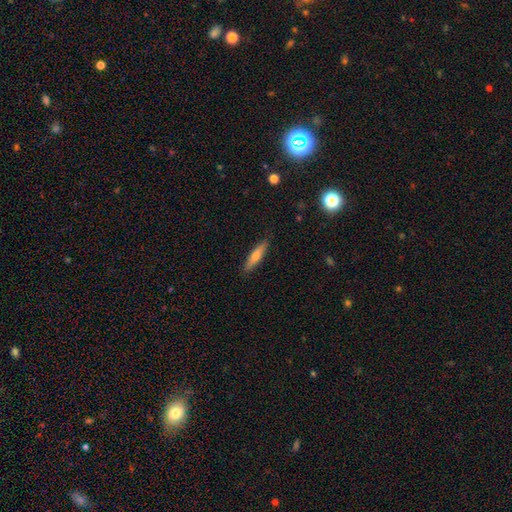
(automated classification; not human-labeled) A smooth galaxy with no disk features (69%) that is cigar-shaped (81%). Merging: none (88%).